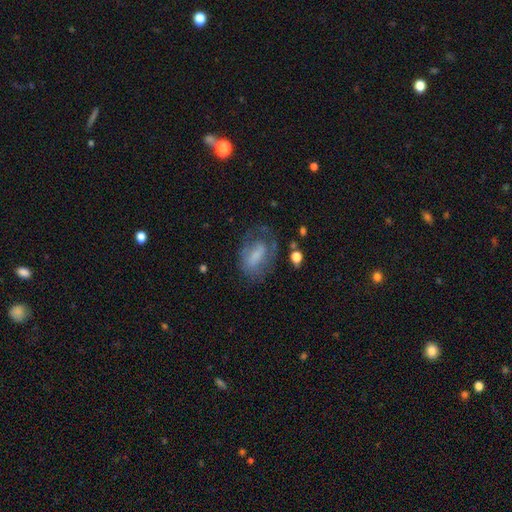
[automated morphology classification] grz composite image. It shows a smooth galaxy with no disk features (50%). Merging: none (48%).